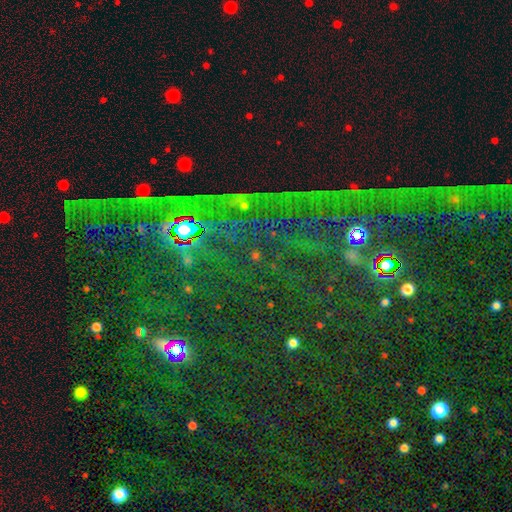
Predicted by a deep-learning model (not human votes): Q: Smooth or featured?
A: star or artifact (81%); runner-up: smooth (11%)